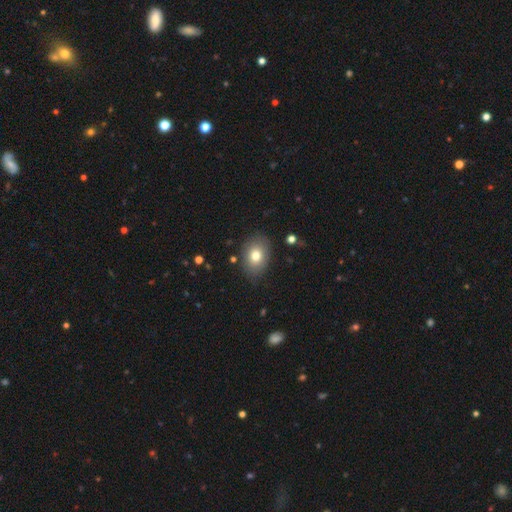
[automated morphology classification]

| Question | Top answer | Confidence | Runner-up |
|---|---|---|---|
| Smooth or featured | smooth | 77% | featured or disk (14%) |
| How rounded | in between | 74% | round (25%) |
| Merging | none | 82% | minor disturbance (13%) |